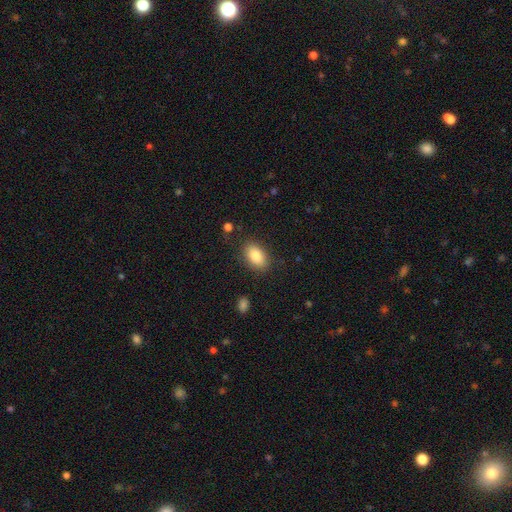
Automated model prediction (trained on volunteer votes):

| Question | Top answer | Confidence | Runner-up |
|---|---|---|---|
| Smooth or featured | smooth | 84% | featured or disk (8%) |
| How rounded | in between | 90% | round (7%) |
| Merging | none | 84% | minor disturbance (11%) |